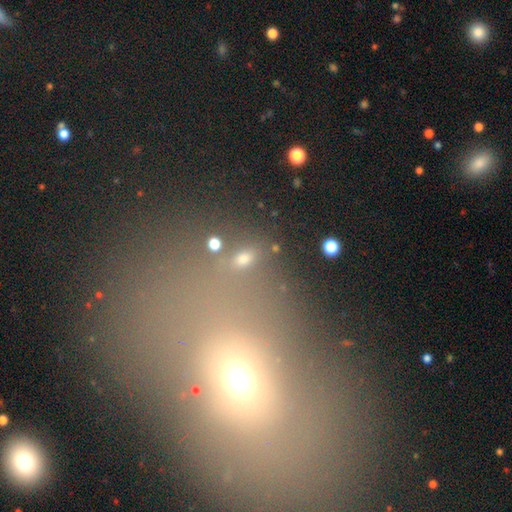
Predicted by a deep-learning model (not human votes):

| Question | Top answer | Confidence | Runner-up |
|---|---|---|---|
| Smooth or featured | smooth | 48% | star or artifact (38%) |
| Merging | none | 69% | merger (12%) |